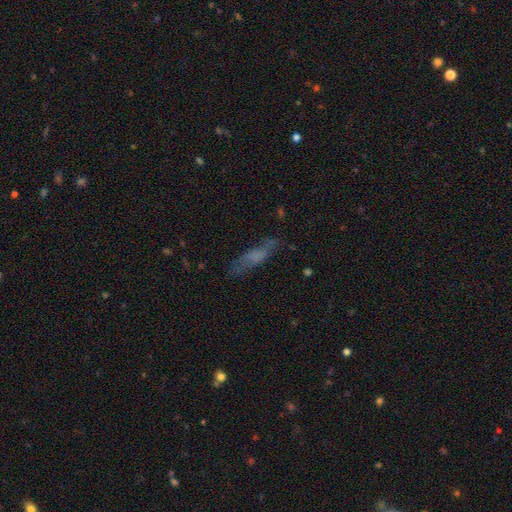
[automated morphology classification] Overall: smooth (52%; featured or disk 35%). How rounded: cigar-shaped (68%; in between 30%). Merging: none (68%).